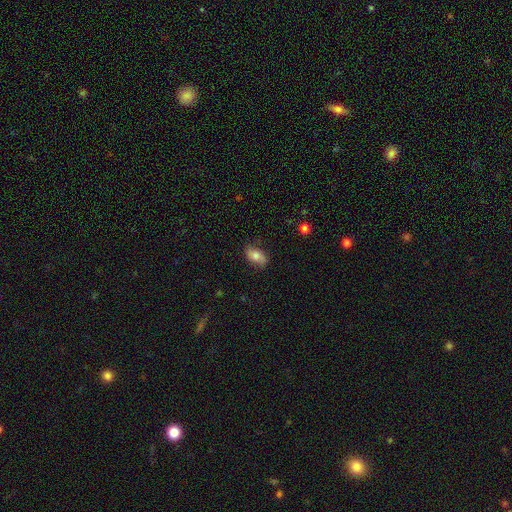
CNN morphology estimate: Smooth or featured?
  - smooth: 66% *
  - featured or disk: 26%
  - star or artifact: 8%
How rounded?
  - in between: 89% *
  - round: 7%
  - cigar-shaped: 4%
Merging?
  - none: 76% *
  - minor disturbance: 18%
  - major disturbance: 4%
  - merger: 1%